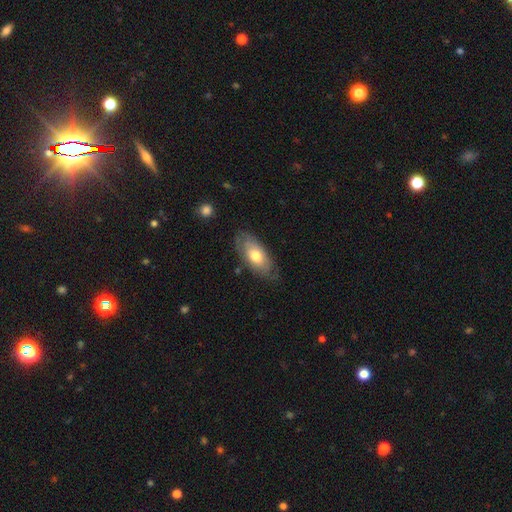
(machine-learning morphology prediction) This is possibly a smooth galaxy (57%). How rounded: clearly in between (88%). Merging: likely none (72%).